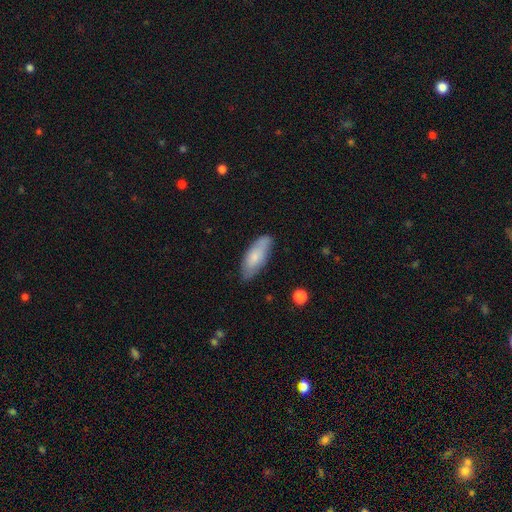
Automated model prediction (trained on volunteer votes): The model was most divided on "smooth or featured": smooth: 73%, featured or disk: 21%, star or artifact: 6%. More confident: how rounded — in between (76%); merging — none (74%).